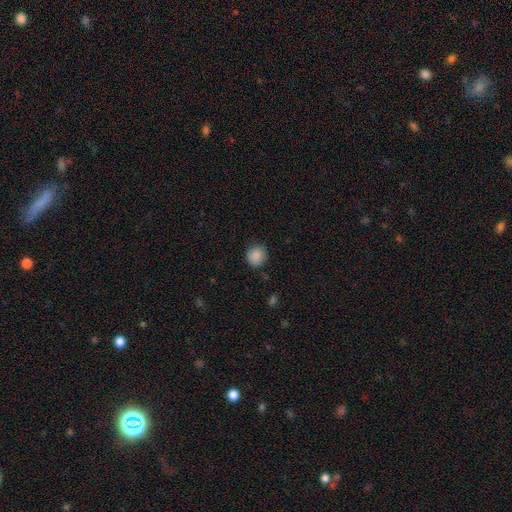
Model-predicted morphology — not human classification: The model was most divided on "how rounded": round: 85%, in between: 14%, cigar-shaped: 1%. More confident: smooth or featured — smooth (88%); merging — none (84%).